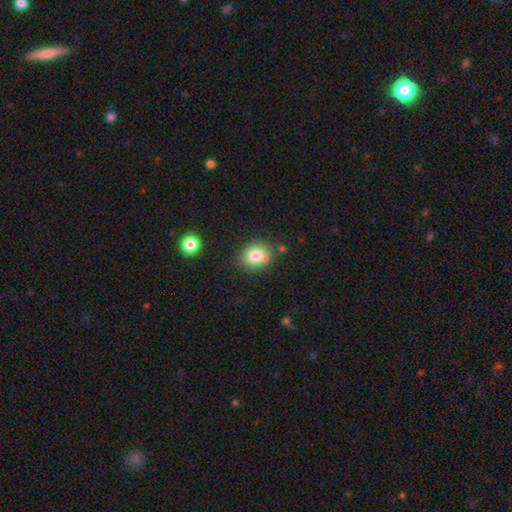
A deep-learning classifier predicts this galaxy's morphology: This is likely a smooth galaxy (79%). How rounded: possibly round (54%). Merging: likely none (73%).